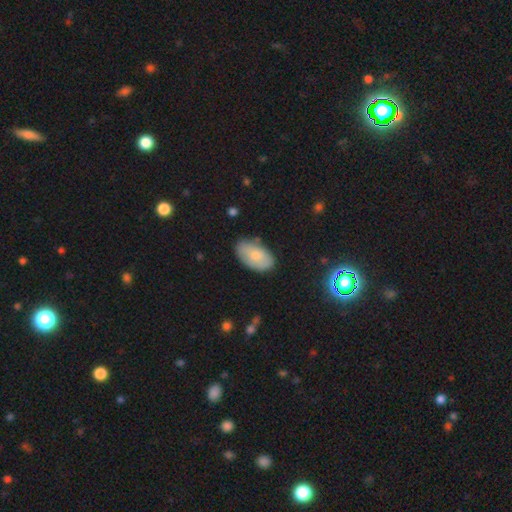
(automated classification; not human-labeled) Smooth or featured: smooth — 74% (featured or disk — 19%)
How rounded: in between — 94% (round — 4%)
Merging: none — 75% (minor disturbance — 19%)